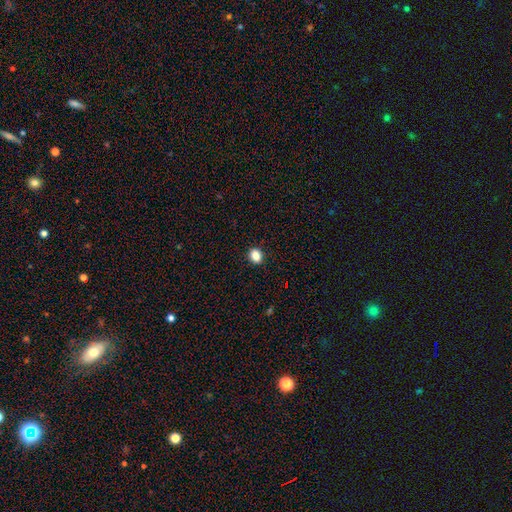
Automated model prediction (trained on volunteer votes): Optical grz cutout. It shows a smooth galaxy with no disk features (85%) that is in between round and cigar-shaped (54%). Merging: none (91%).